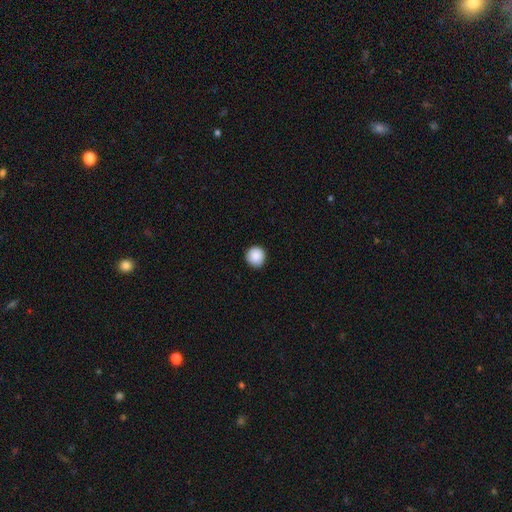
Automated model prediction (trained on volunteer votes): This appears to be a smooth galaxy with no disk features (89%) that is round (94%). Merging: none (92%).